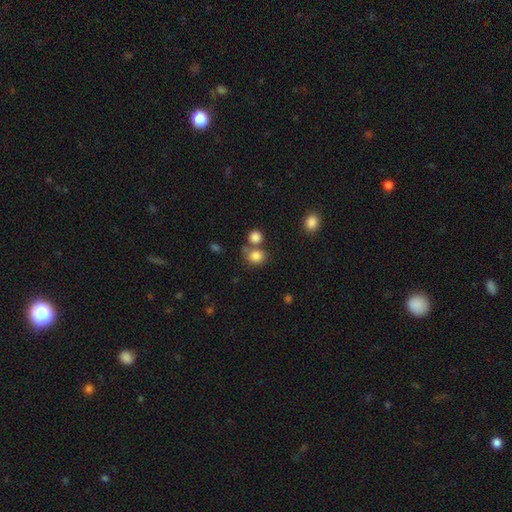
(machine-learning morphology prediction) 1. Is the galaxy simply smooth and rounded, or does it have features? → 82% smooth, 11% star or artifact, 7% featured or disk.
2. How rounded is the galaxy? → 74% round, 25% in between, 1% cigar-shaped.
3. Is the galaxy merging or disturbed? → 56% none, 28% merger, 10% minor disturbance, 5% major disturbance.